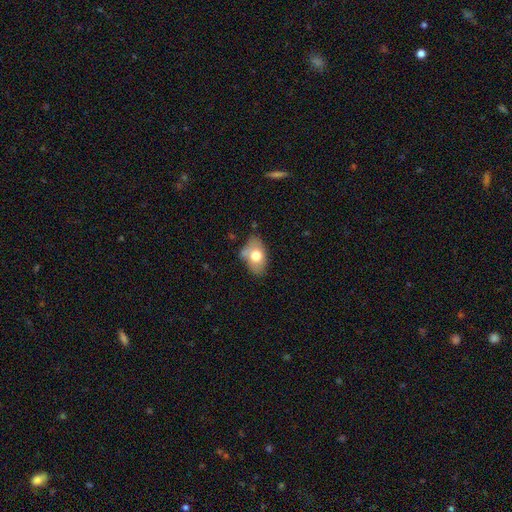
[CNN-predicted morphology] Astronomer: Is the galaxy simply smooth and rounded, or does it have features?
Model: smooth — 70%.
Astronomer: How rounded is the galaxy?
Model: in between — 86%.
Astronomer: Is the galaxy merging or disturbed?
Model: none — 54% (runner-up: minor disturbance, 29%).